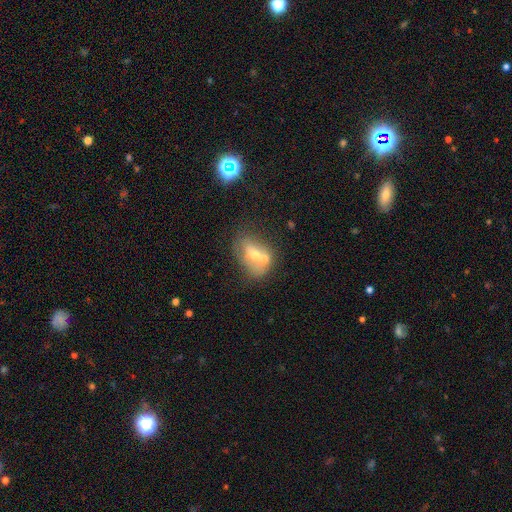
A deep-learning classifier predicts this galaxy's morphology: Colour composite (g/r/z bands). It shows a smooth galaxy with no disk features (49%). Merging: merger (47%).